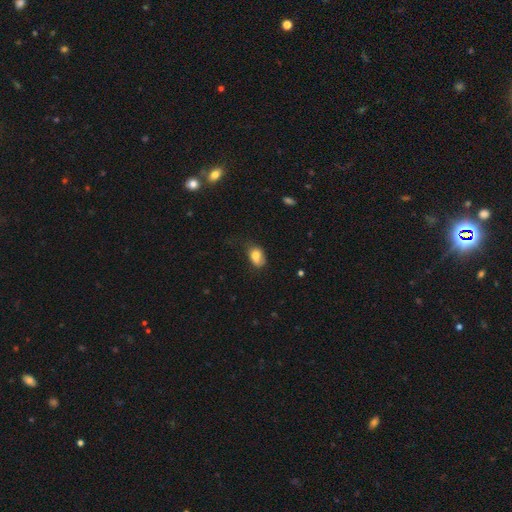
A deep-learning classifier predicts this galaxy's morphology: smooth 75%, featured or disk 16%, star or artifact 9%. Down the decision tree: how rounded — in between (80%); merging — none (40%).